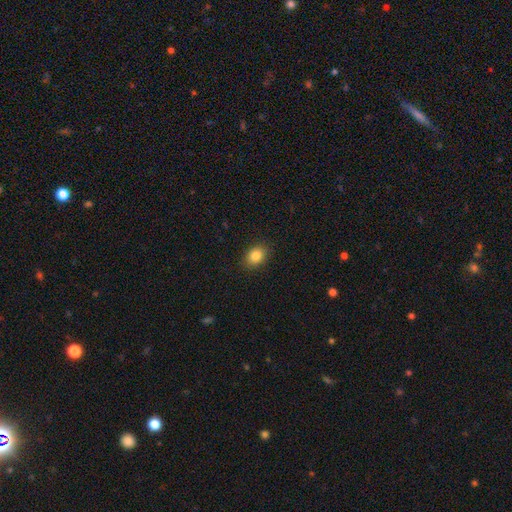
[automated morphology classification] Q: Smooth or featured?
A: smooth (85%); runner-up: star or artifact (9%)
Q: How rounded?
A: in between (61%); runner-up: round (38%)
Q: Merging?
A: none (88%); runner-up: minor disturbance (9%)